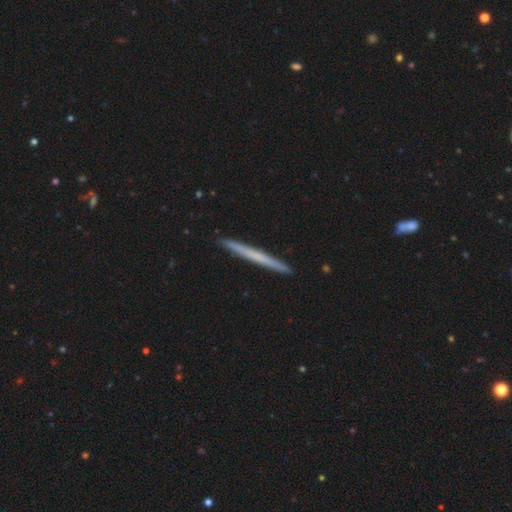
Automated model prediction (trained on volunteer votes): This is possibly a featured or disk galaxy (48%). Merging: clearly none (93%).